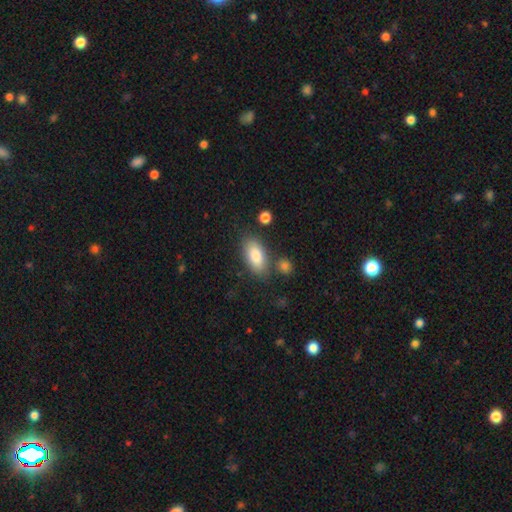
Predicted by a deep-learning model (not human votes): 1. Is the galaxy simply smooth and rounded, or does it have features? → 82% smooth, 12% featured or disk, 7% star or artifact.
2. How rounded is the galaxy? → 90% in between, 6% cigar-shaped, 4% round.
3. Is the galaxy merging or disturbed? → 77% none, 13% minor disturbance, 7% merger, 4% major disturbance.